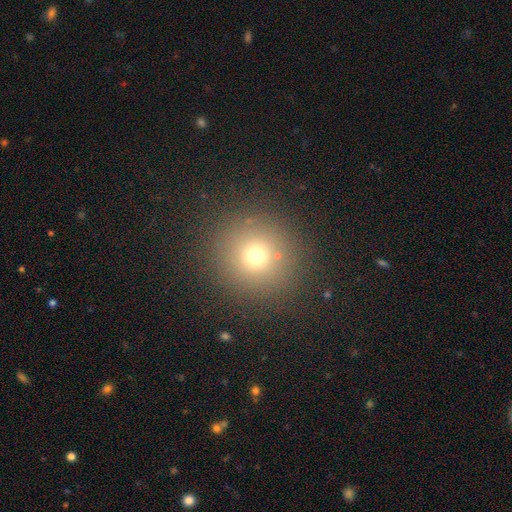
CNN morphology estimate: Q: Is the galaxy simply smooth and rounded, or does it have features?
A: smooth — 69%.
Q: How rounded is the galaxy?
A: round — 94%.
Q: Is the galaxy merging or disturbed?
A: none — 87%.